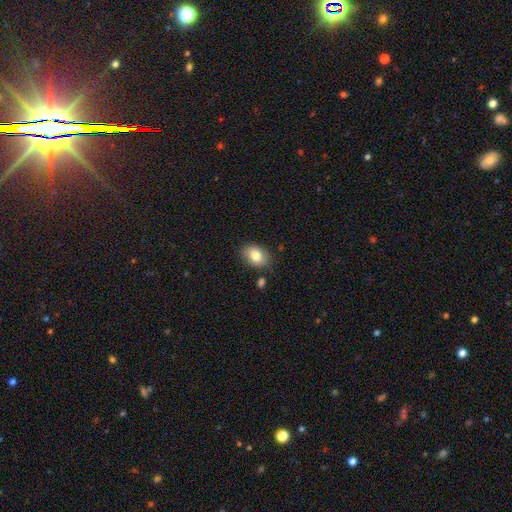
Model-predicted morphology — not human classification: A smooth galaxy with no disk features (83%) that is in between round and cigar-shaped (77%). Merging: none (81%).